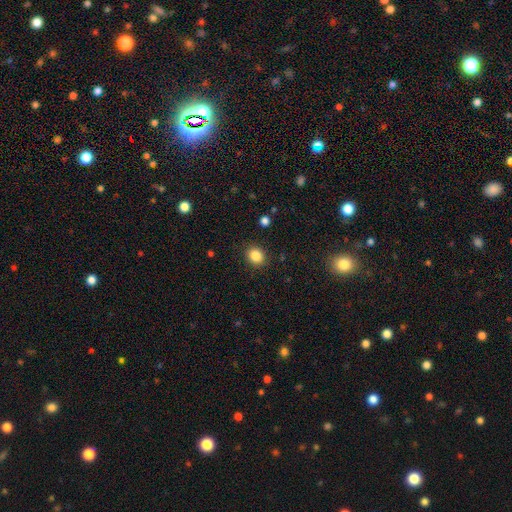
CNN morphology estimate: smooth-or-featured: smooth: 85% | star or artifact: 11% | featured or disk: 5%
  how-rounded: round: 74% | in between: 25% | cigar-shaped: 1%
  merging: none: 89% | minor disturbance: 7% | major disturbance: 2% | merger: 1%